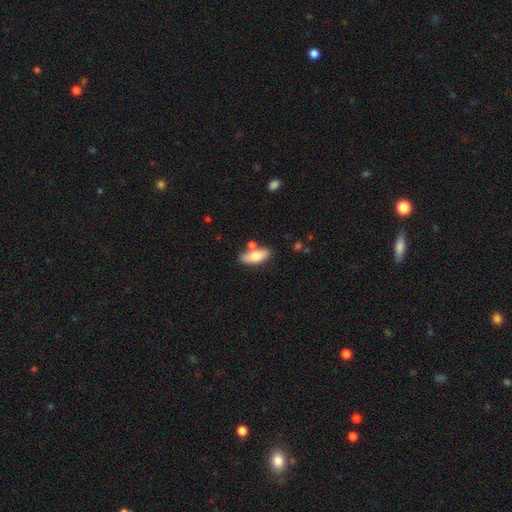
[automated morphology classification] Smooth or featured?
  - smooth: 75% *
  - featured or disk: 19%
  - star or artifact: 6%
How rounded?
  - in between: 83% *
  - cigar-shaped: 15%
  - round: 3%
Merging?
  - none: 69% *
  - minor disturbance: 14%
  - merger: 13%
  - major disturbance: 3%